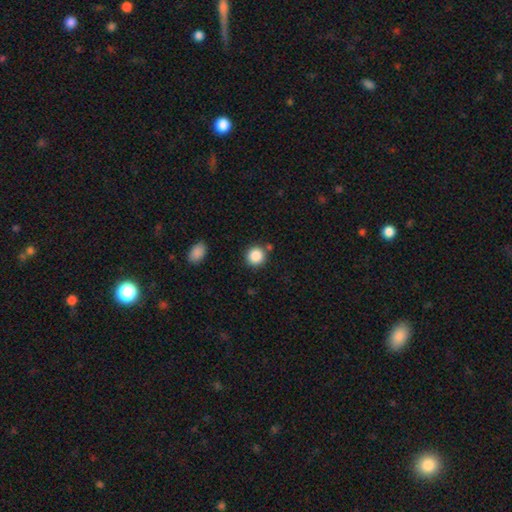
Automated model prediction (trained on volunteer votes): Overall: smooth (87%). How rounded: round (91%). Merging: none (82%).